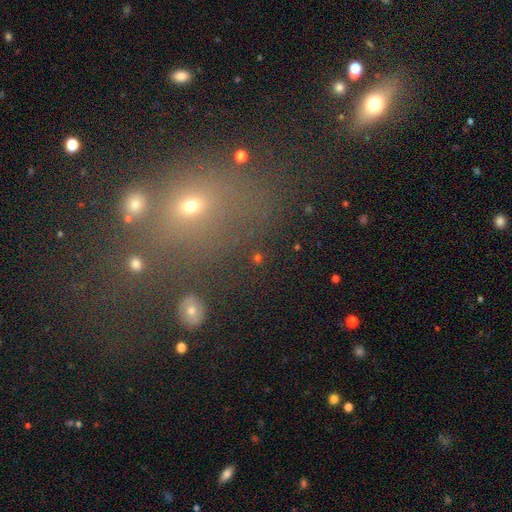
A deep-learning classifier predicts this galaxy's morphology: Smooth or featured?
  - smooth: 43% *
  - star or artifact: 41%
  - featured or disk: 15%
Merging?
  - none: 63% *
  - minor disturbance: 14%
  - merger: 12%
  - major disturbance: 11%